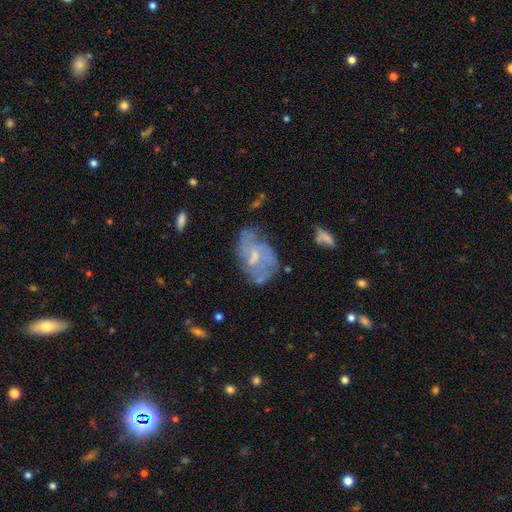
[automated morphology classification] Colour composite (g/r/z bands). It shows a featured or disk galaxy (68%) with a weak bar (47%), spiral arms (69%) and a small central bulge (49%). Merging: none (52%).